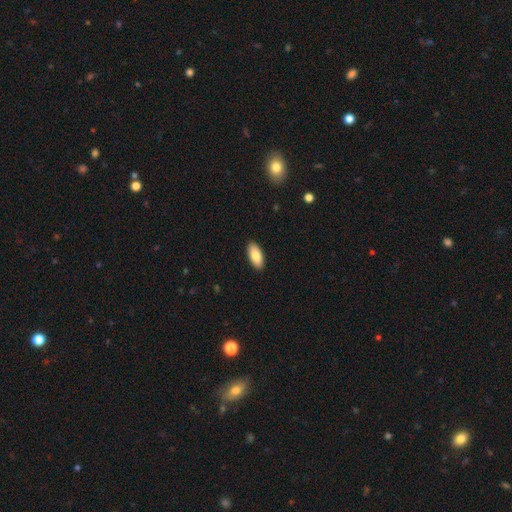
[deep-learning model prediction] A smooth galaxy with no disk features (84%) that is in between round and cigar-shaped (89%).

Vote fractions:
- Smooth or featured? smooth: 84% / featured or disk: 10% / star or artifact: 6%
- How rounded? in between: 89% / cigar-shaped: 9% / round: 2%
- Merging? none: 90% / minor disturbance: 7% / major disturbance: 2% / merger: 1%